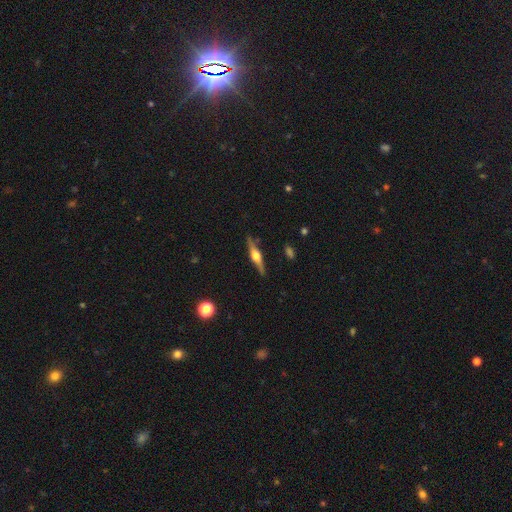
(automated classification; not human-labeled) The model was most divided on "smooth or featured": featured or disk: 75%, smooth: 20%, star or artifact: 6%. More confident: edge-on disk — yes (97%); edge-on bulge — rounded (91%); merging — none (86%).